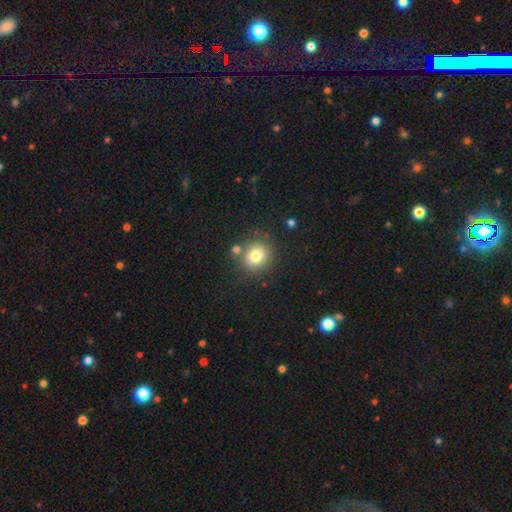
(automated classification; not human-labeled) The model was most divided on "how rounded": round: 81%, in between: 18%, cigar-shaped: 1%. More confident: smooth or featured — smooth (80%); merging — none (78%).